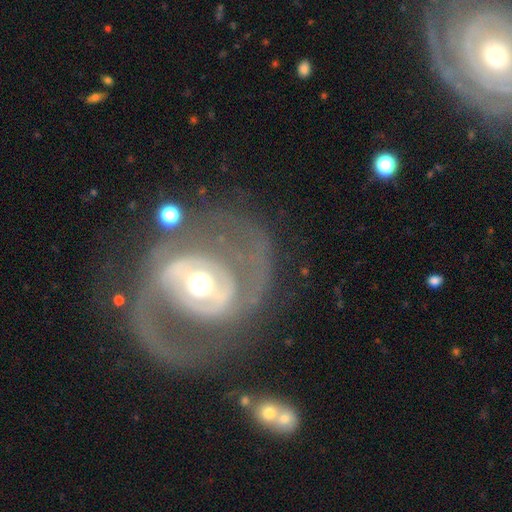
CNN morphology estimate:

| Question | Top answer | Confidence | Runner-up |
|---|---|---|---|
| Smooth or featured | featured or disk | 87% | smooth (8%) |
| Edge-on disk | no | 97% | yes (3%) |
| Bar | weak | 36% | no (34%) |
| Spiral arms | yes | 89% | no (11%) |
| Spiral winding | medium | 48% | tight (32%) |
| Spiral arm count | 2 | 79% | can't tell (9%) |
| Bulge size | moderate | 67% | small (16%) |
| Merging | none | 64% | major disturbance (17%) |